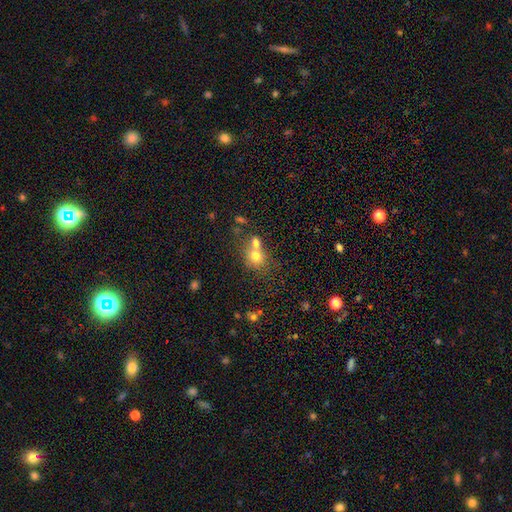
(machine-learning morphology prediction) The model was most divided on "merging": merger: 49%, none: 38%, minor disturbance: 9%, major disturbance: 4%. More confident: how rounded — round (72%); smooth or featured — smooth (72%).